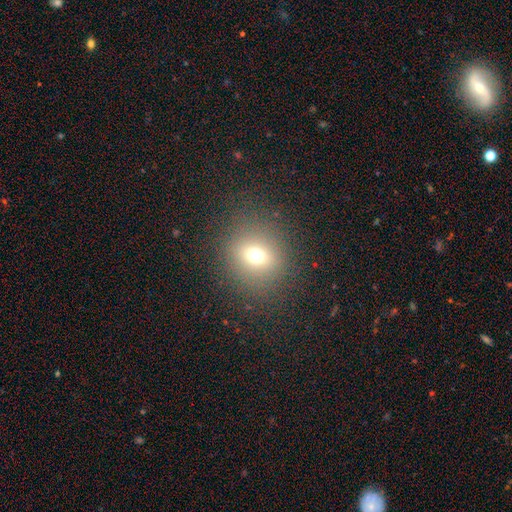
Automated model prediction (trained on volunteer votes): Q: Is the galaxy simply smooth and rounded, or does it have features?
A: smooth — 68%.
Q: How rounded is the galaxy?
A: round — 83%.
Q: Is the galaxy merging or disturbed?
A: none — 84%.